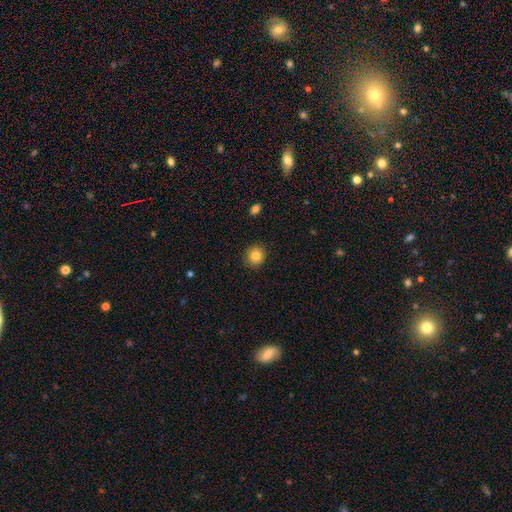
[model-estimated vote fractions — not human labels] Overall: smooth (83%). How rounded: round (83%). Merging: none (90%).